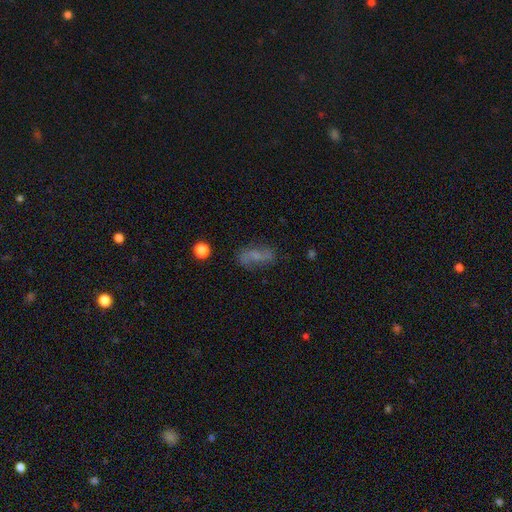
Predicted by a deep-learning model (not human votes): Smooth or featured? featured or disk (49%)
Merging? none (65%)